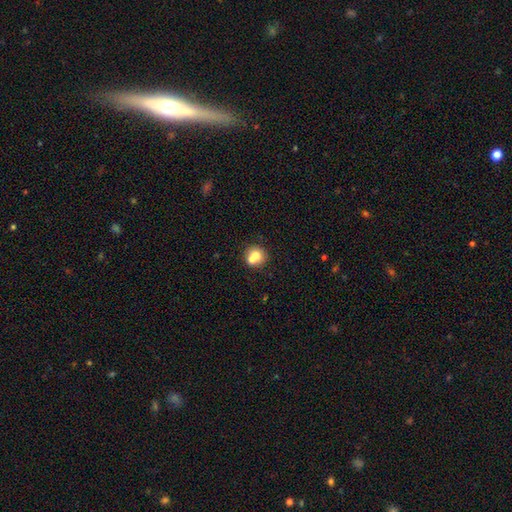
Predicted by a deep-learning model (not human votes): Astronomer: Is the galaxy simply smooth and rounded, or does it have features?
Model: smooth — 72%.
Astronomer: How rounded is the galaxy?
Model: round — 80%.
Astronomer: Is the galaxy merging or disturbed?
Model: none — 45% (runner-up: merger, 43%).